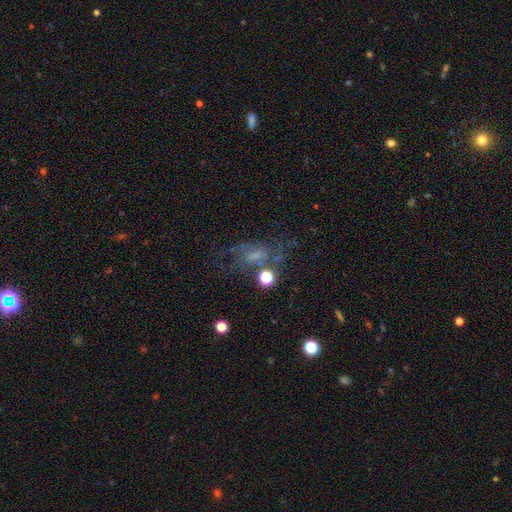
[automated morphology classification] smooth_or_featured: featured or disk (p=0.51) [alt: smooth p=0.28]
disk_edge_on: no (p=0.94) [alt: yes p=0.06]
merging: none (p=0.47) [alt: major disturbance p=0.26]